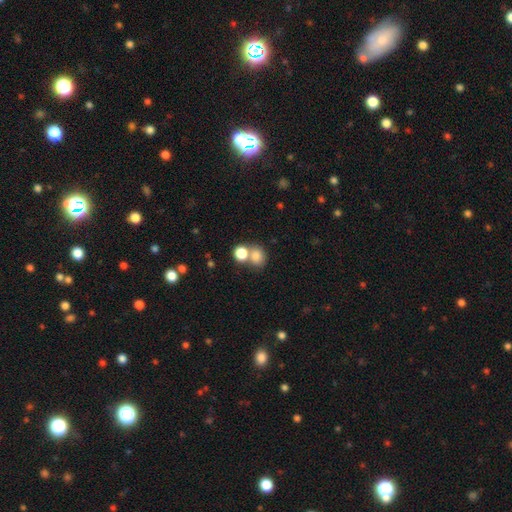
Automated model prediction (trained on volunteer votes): The model was most divided on "merging": merger: 44%, none: 43%, minor disturbance: 9%, major disturbance: 4%. More confident: smooth or featured — smooth (79%); how rounded — round (58%).